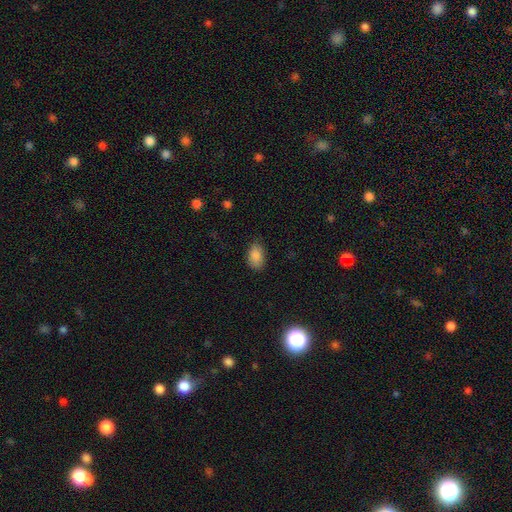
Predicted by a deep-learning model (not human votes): A smooth galaxy with no disk features (86%) that is in between round and cigar-shaped (91%).

Vote fractions:
- Smooth or featured? smooth: 86% / star or artifact: 8% / featured or disk: 5%
- How rounded? in between: 91% / round: 7% / cigar-shaped: 2%
- Merging? none: 79% / minor disturbance: 17% / major disturbance: 3% / merger: 1%